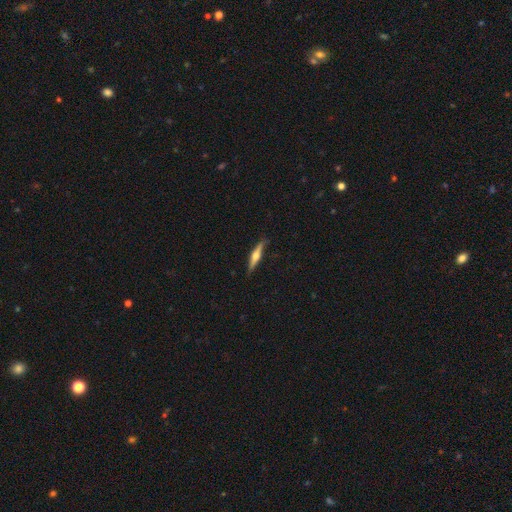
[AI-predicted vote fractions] Overall: featured or disk (66%; smooth 28%). Edge-on disk: yes (97%). Edge-on bulge: rounded (92%). Merging: none (86%).